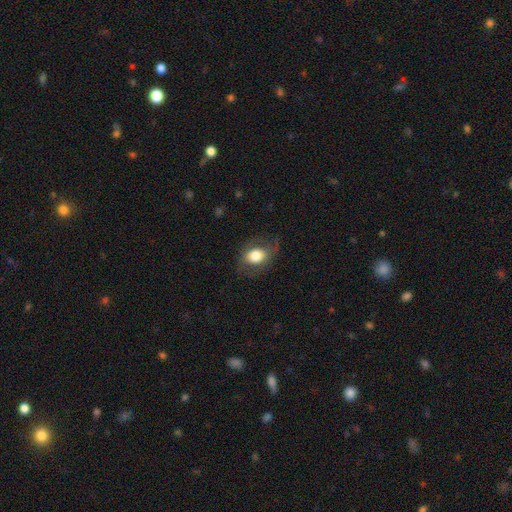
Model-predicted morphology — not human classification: smooth-or-featured: smooth: 68% | featured or disk: 24% | star or artifact: 8%
  how-rounded: in between: 67% | round: 32% | cigar-shaped: 1%
  merging: none: 69% | minor disturbance: 19% | major disturbance: 11% | merger: 1%